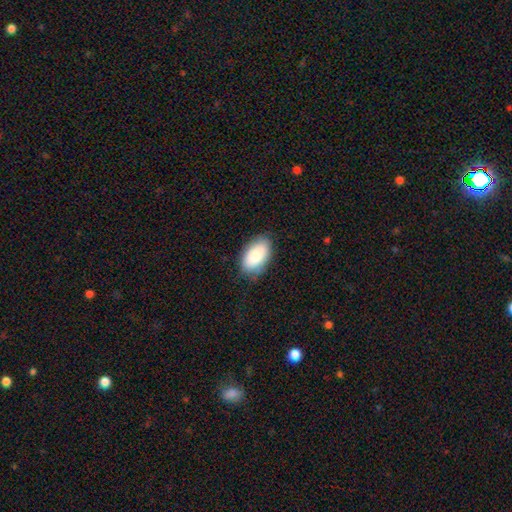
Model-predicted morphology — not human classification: Smooth or featured? Predicted: smooth (p=0.83). How rounded? Predicted: in between (p=0.94). Merging? Predicted: none (p=0.80).